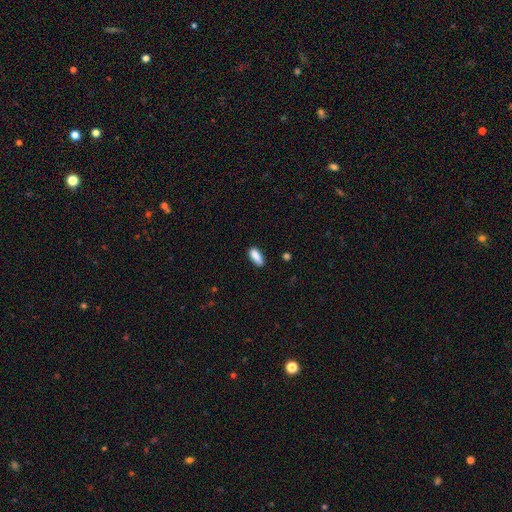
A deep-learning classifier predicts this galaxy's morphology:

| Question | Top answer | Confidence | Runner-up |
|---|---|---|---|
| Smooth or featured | smooth | 87% | star or artifact (7%) |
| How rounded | in between | 73% | cigar-shaped (24%) |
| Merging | none | 76% | minor disturbance (18%) |